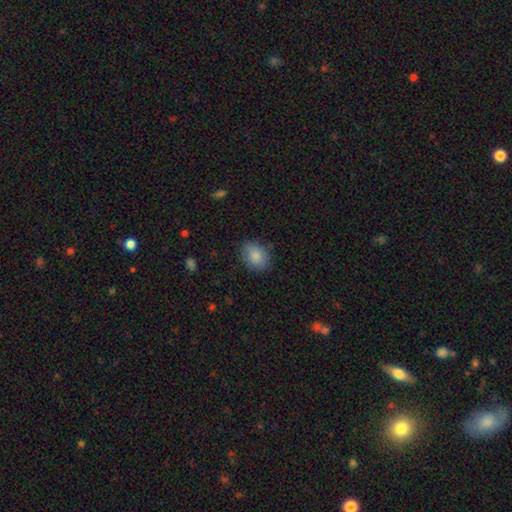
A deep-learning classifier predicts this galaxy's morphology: Q: Smooth or featured?
A: smooth (85%); runner-up: star or artifact (8%)
Q: How rounded?
A: in between (59%); runner-up: round (40%)
Q: Merging?
A: none (82%); runner-up: minor disturbance (13%)